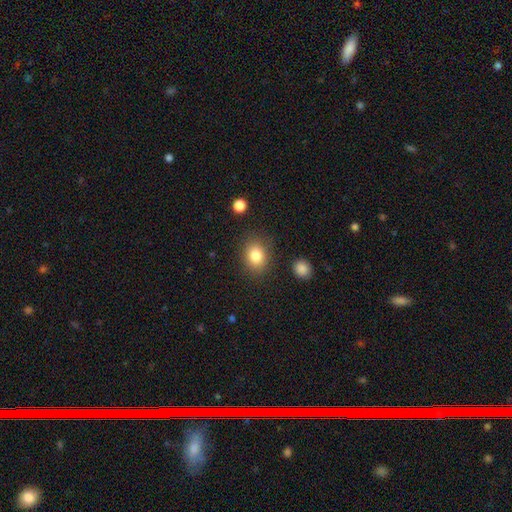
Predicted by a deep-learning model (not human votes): Smooth or featured? smooth (84%)
How rounded? in between (51%)
Merging? none (83%)